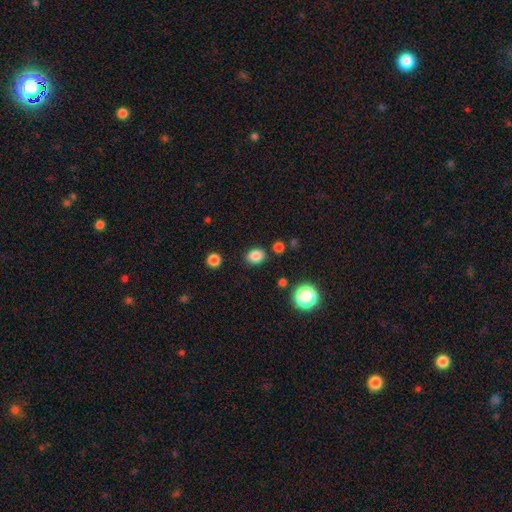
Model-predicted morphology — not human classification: Smooth or featured?
  - smooth: 84% *
  - star or artifact: 12%
  - featured or disk: 4%
How rounded?
  - in between: 59% *
  - round: 40%
  - cigar-shaped: 1%
Merging?
  - none: 82% *
  - minor disturbance: 11%
  - merger: 3%
  - major disturbance: 3%